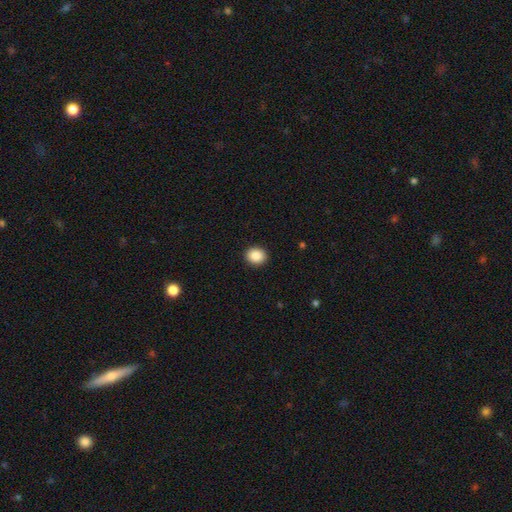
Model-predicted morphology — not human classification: This is clearly a smooth galaxy (88%). How rounded: likely round (63%). Merging: clearly none (92%).